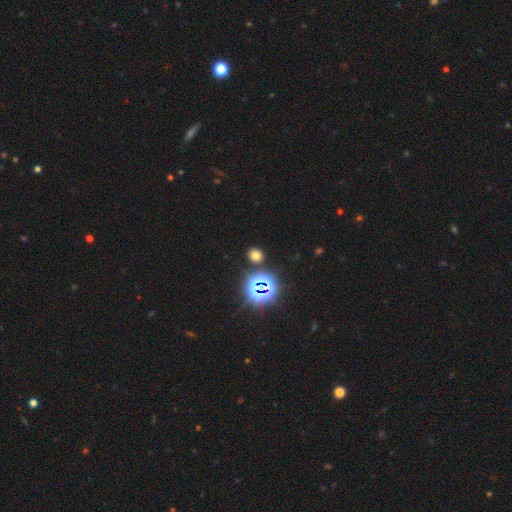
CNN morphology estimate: Overall: smooth (62%; star or artifact 31%). How rounded: round (80%). Merging: none (85%).